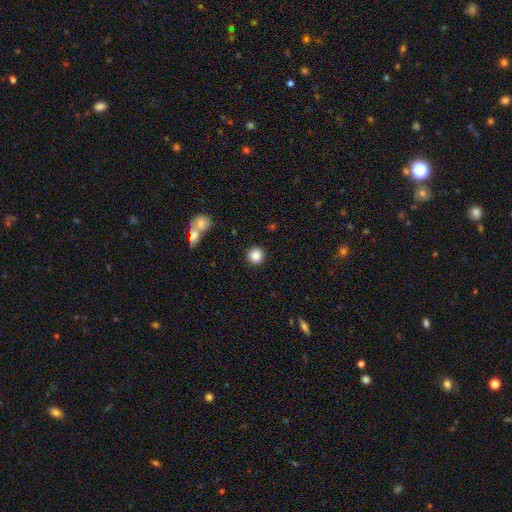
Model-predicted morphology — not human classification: smooth-or-featured: smooth: 86% | star or artifact: 9% | featured or disk: 5%
  how-rounded: round: 94% | in between: 5% | cigar-shaped: 1%
  merging: none: 90% | minor disturbance: 5% | merger: 3% | major disturbance: 2%